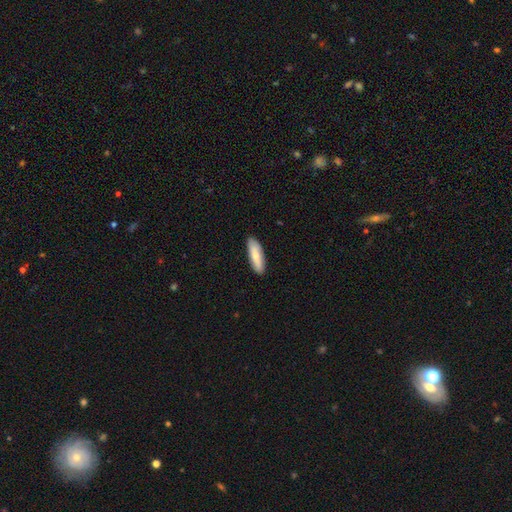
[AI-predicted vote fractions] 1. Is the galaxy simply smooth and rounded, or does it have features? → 70% smooth, 25% featured or disk, 5% star or artifact.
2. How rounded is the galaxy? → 51% cigar-shaped, 47% in between, 2% round.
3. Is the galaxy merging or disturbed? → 88% none, 9% minor disturbance, 2% major disturbance, 1% merger.